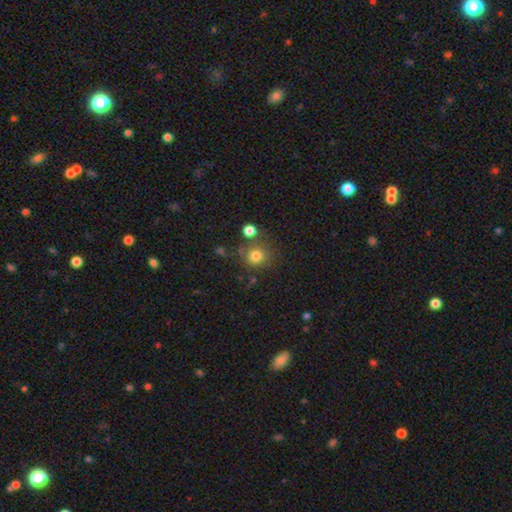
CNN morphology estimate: This is likely a smooth galaxy (79%). How rounded: clearly round (87%). Merging: likely none (70%).